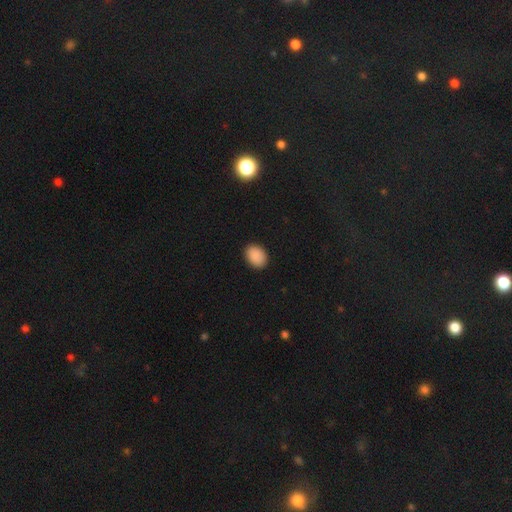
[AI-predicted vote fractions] smooth-or-featured: smooth: 90% | star or artifact: 8% | featured or disk: 3%
  how-rounded: in between: 67% | round: 32% | cigar-shaped: 1%
  merging: none: 89% | minor disturbance: 8% | major disturbance: 2% | merger: 1%